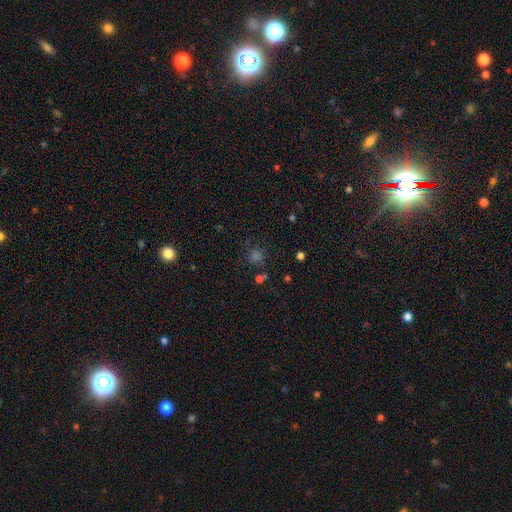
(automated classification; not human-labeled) Morphology: type=smooth (52%); roundness=round (87%); merging=none (76%).